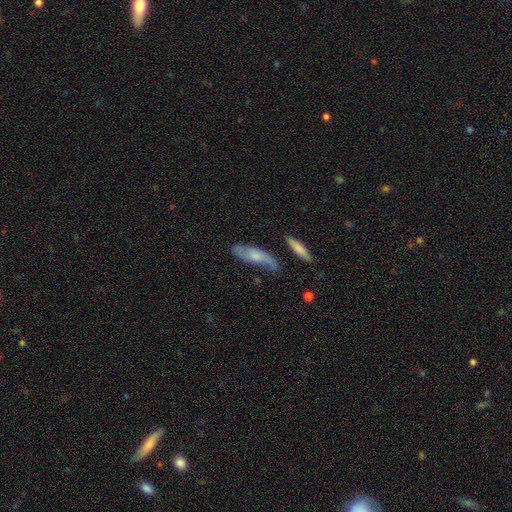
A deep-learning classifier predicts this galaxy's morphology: This is possibly a featured or disk galaxy (48%). Merging: possibly none (51%).